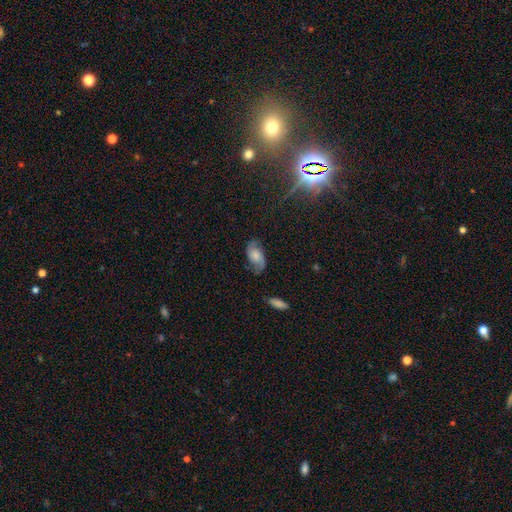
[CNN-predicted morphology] This appears to be a featured or disk galaxy (48%). Merging: none (66%).